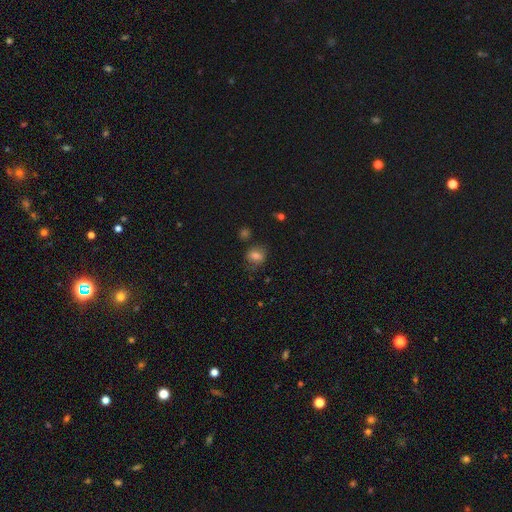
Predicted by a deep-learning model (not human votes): A smooth galaxy with no disk features (71%) that is in between round and cigar-shaped (51%).

Vote fractions:
- Smooth or featured? smooth: 71% / featured or disk: 16% / star or artifact: 13%
- How rounded? in between: 51% / round: 47% / cigar-shaped: 2%
- Merging? none: 69% / minor disturbance: 20% / major disturbance: 8% / merger: 4%